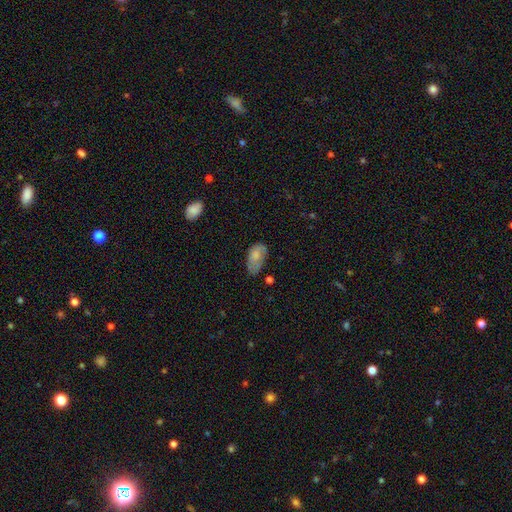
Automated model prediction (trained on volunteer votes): A smooth galaxy with no disk features (71%) that is in between round and cigar-shaped (92%). Merging: minor disturbance (39%, tied with none).